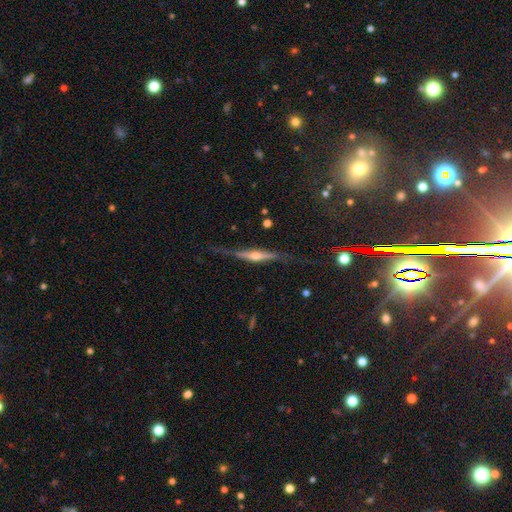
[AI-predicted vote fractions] Overall: featured or disk (82%). Edge-on disk: yes (96%). Edge-on bulge: rounded (88%). Merging: none (75%).